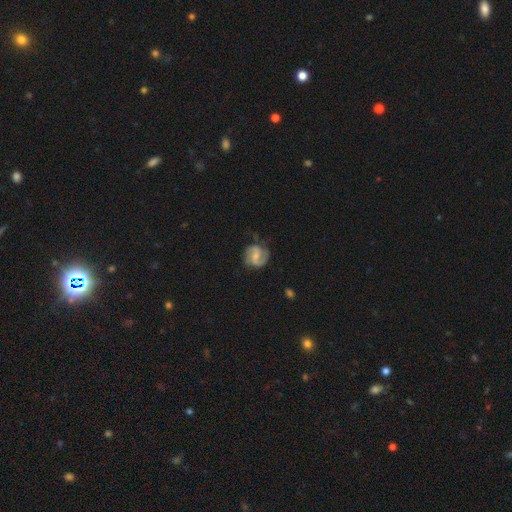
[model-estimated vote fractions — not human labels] The model was most divided on "bar": weak: 49%, no: 31%, strong: 20%. More confident: edge-on disk — no (98%); spiral arms — yes (95%); spiral arm count — 2 (86%); smooth or featured — featured or disk (79%); merging — none (69%); bulge size — small (55%); spiral winding — medium (51%).